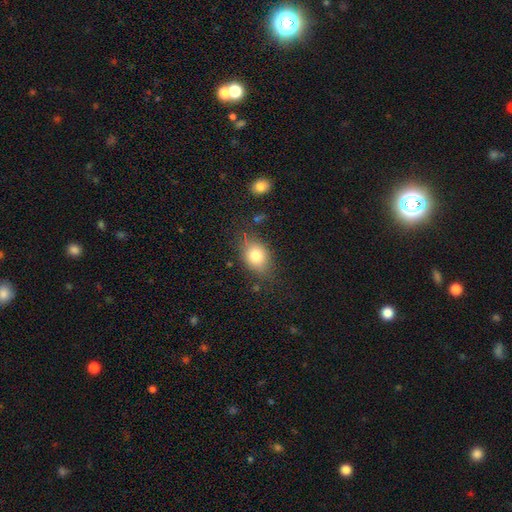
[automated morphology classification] Q: Smooth or featured?
A: smooth (78%); runner-up: featured or disk (12%)
Q: How rounded?
A: in between (64%); runner-up: round (34%)
Q: Merging?
A: none (74%); runner-up: minor disturbance (18%)